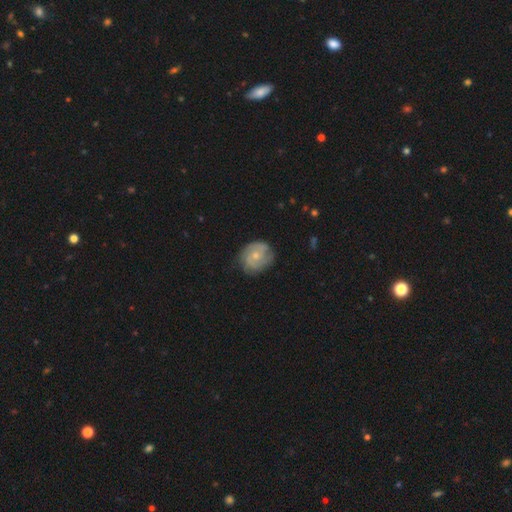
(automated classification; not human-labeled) A featured or disk galaxy (69%) with no bar (74%), 2 (43%) tight (52%) spiral arms (90%) and a small central bulge (61%).

Vote fractions:
- Smooth or featured? featured or disk: 69% / smooth: 25% / star or artifact: 6%
- Edge-on disk? no: 98% / yes: 2%
- Bar? no: 74% / weak: 23% / strong: 3%
- Spiral arms? yes: 90% / no: 10%
- Spiral winding? tight: 52% / medium: 37% / loose: 11%
- Spiral arm count? 2: 43% / can't tell: 24% / 3: 21% / 4: 5% / 1: 4% / more than 4: 3%
- Bulge size? small: 61% / moderate: 35% / none: 2% / large: 1% / dominant: 1%
- Merging? none: 72% / minor disturbance: 21% / major disturbance: 6% / merger: 1%